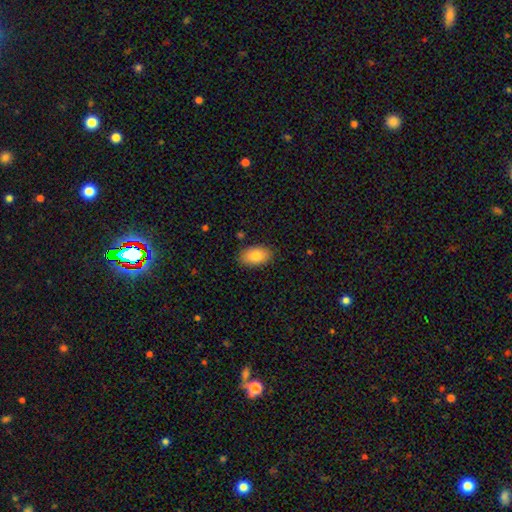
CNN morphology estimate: This appears to be a smooth galaxy with no disk features (84%) that is in between round and cigar-shaped (93%). Merging: none (85%).